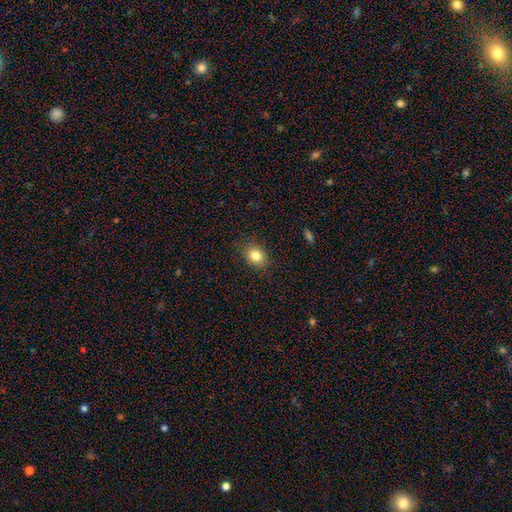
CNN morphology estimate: smooth 83%, star or artifact 10%, featured or disk 7%. Down the decision tree: how rounded — in between (56%); merging — none (86%).